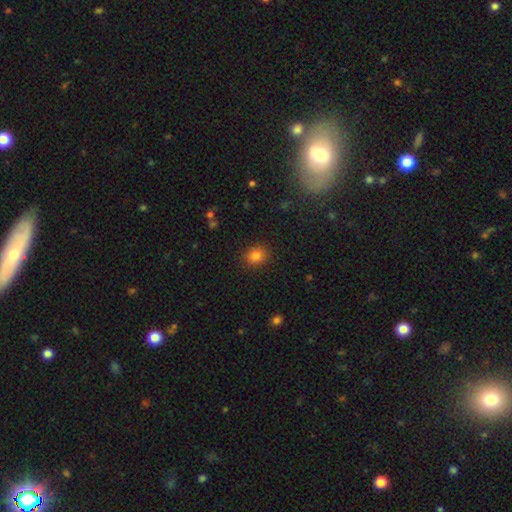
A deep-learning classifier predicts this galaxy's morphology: type=smooth (81%); roundness=round (70%); merging=none (89%).